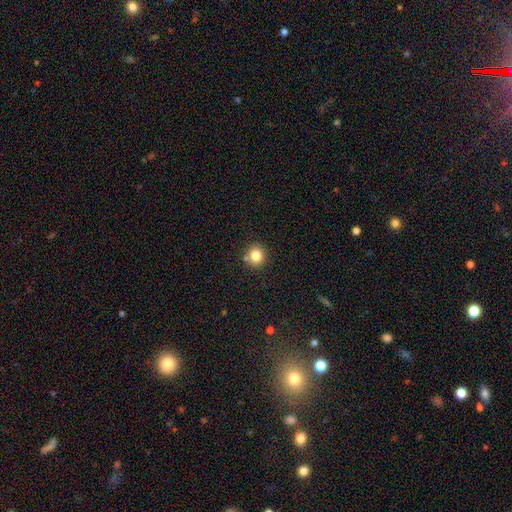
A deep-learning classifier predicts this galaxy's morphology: smooth_or_featured: smooth (p=0.82) [alt: star or artifact p=0.12]
how_rounded: round (p=0.89) [alt: in between p=0.10]
merging: none (p=0.82) [alt: minor disturbance p=0.08]